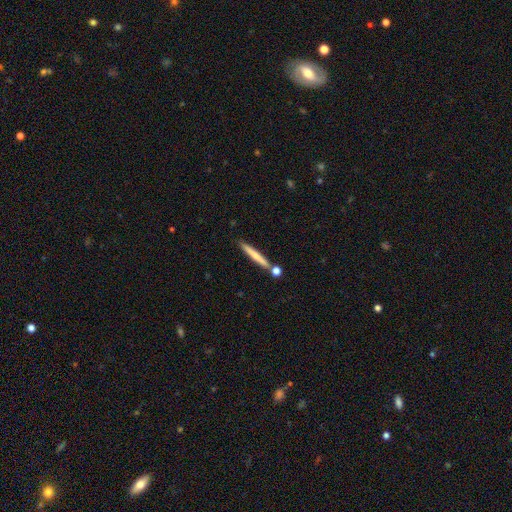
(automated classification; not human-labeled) This appears to be a smooth galaxy with no disk features (64%) that is cigar-shaped (95%). Merging: none (76%).